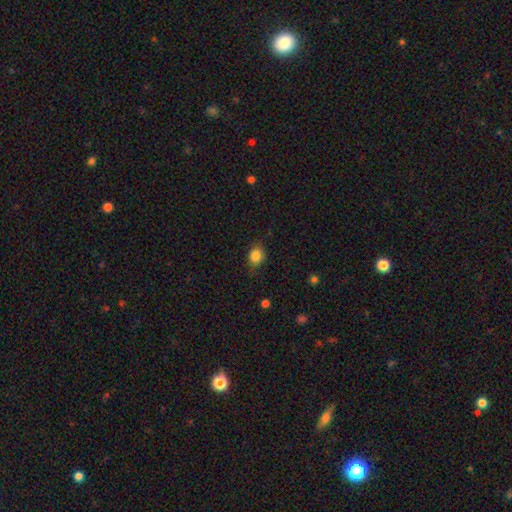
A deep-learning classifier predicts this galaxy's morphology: smooth_or_featured: smooth (p=0.85) [alt: star or artifact p=0.10]
how_rounded: round (p=0.55) [alt: in between p=0.44]
merging: none (p=0.78) [alt: minor disturbance p=0.18]